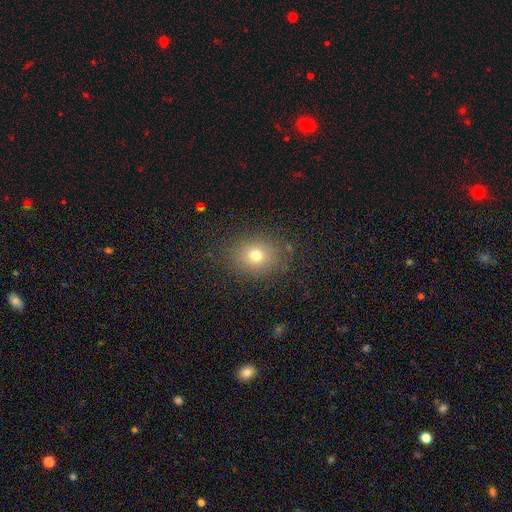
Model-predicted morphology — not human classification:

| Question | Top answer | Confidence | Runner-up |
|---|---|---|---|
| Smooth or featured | smooth | 73% | star or artifact (16%) |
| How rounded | round | 66% | in between (33%) |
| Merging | none | 84% | minor disturbance (10%) |